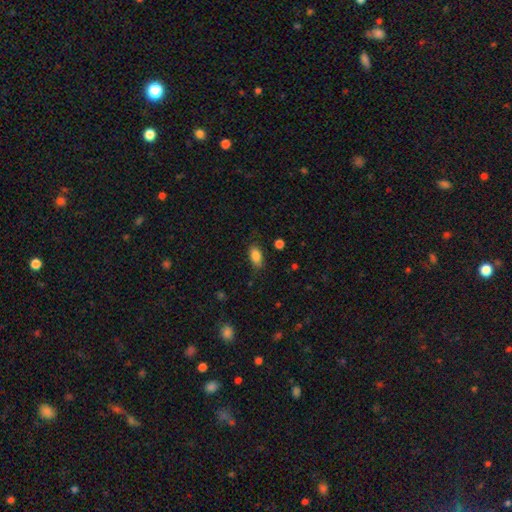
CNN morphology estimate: smooth 85%, star or artifact 8%, featured or disk 7%. Down the decision tree: how rounded — in between (89%); merging — none (77%).